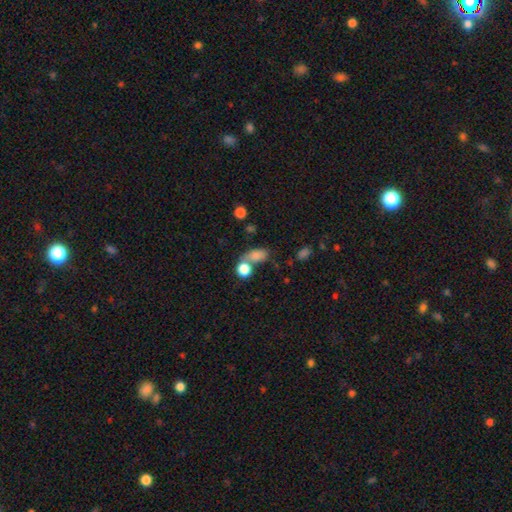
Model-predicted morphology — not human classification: Smooth or featured?
  - smooth: 79% *
  - star or artifact: 12%
  - featured or disk: 9%
How rounded?
  - in between: 70% *
  - round: 26%
  - cigar-shaped: 4%
Merging?
  - merger: 42% *
  - none: 36%
  - minor disturbance: 13%
  - major disturbance: 9%